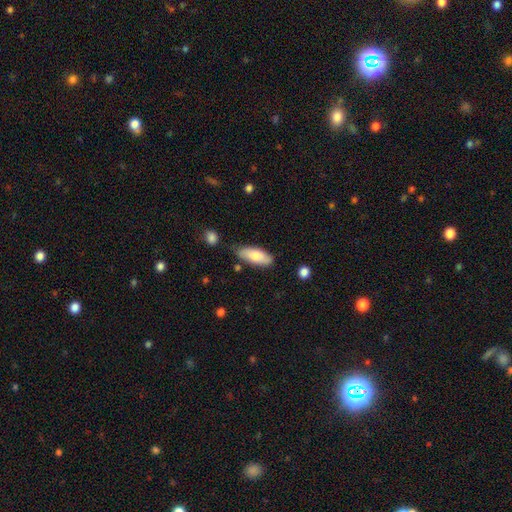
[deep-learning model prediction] Morphology: type=smooth (80%); roundness=in between (77%); merging=none (73%).